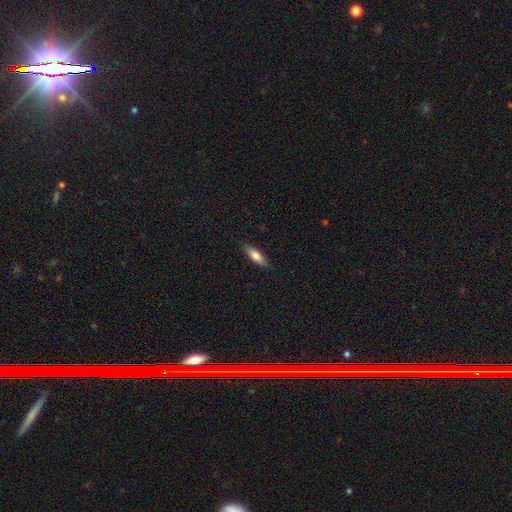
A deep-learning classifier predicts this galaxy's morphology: Smooth or featured? Predicted: smooth (p=0.78). How rounded? Predicted: cigar-shaped (p=0.49, tied with in between). Merging? Predicted: none (p=0.85).